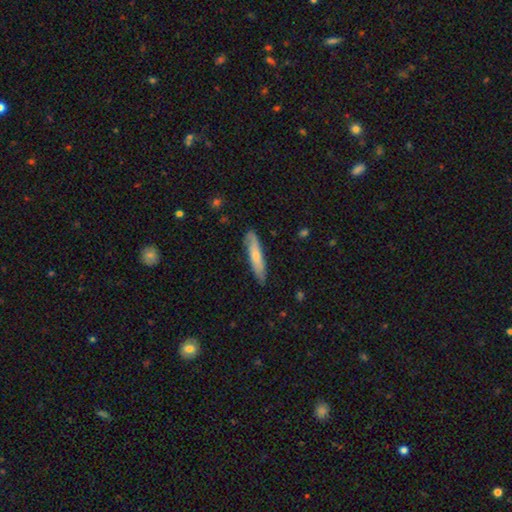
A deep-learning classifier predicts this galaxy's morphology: This appears to be a smooth galaxy with no disk features (57%) that is cigar-shaped (88%). Merging: none (83%).